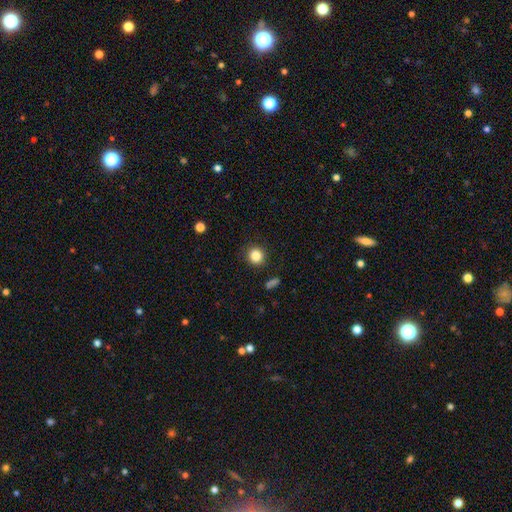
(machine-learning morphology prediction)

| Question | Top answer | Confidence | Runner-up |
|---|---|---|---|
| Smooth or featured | smooth | 84% | star or artifact (11%) |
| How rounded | round | 90% | in between (9%) |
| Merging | none | 90% | minor disturbance (7%) |